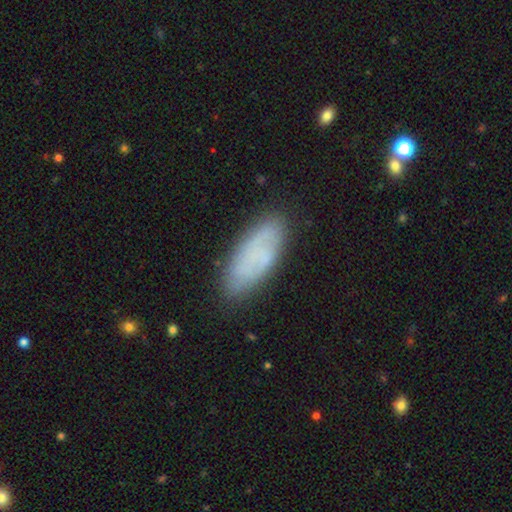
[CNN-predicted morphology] The model was most divided on "smooth or featured": smooth: 56%, featured or disk: 36%, star or artifact: 8%. More confident: merging — none (78%); how rounded — in between (76%).